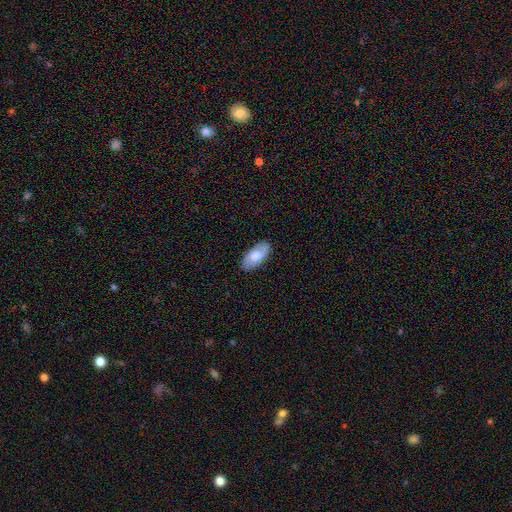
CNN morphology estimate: smooth_or_featured: smooth (p=0.63) [alt: featured or disk p=0.31]
how_rounded: in between (p=0.93) [alt: cigar-shaped p=0.05]
merging: none (p=0.85) [alt: minor disturbance p=0.12]